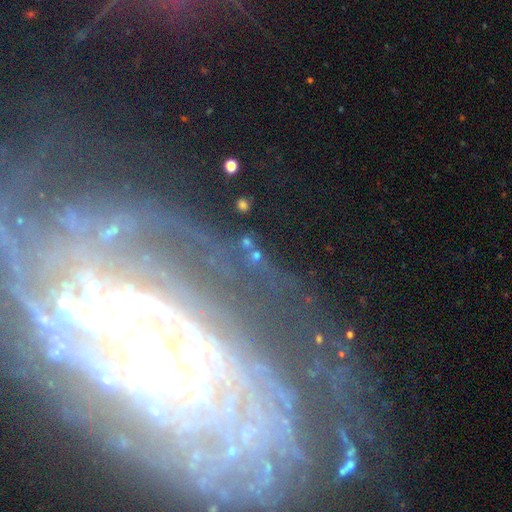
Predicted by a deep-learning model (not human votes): A featured or disk galaxy (79%) with no bar (52%), tight (75%) spiral arms (88%) and a moderate central bulge (45%).

Vote fractions:
- Smooth or featured? featured or disk: 79% / star or artifact: 12% / smooth: 8%
- Edge-on disk? no: 89% / yes: 11%
- Bar? no: 52% / strong: 24% / weak: 24%
- Spiral arms? yes: 88% / no: 12%
- Spiral winding? tight: 75% / medium: 18% / loose: 7%
- Spiral arm count? can't tell: 36% / 2: 16% / 3: 14% / more than 4: 13% / 4: 12% / 1: 10%
- Bulge size? moderate: 45% / small: 39% / large: 10% / none: 3% / dominant: 3%
- Merging? none: 71% / minor disturbance: 15% / major disturbance: 11% / merger: 3%